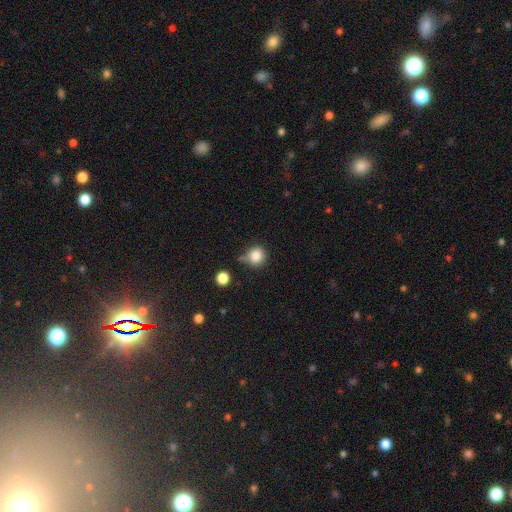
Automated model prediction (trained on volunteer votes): Smooth or featured? smooth (84%)
How rounded? round (88%)
Merging? none (55%)